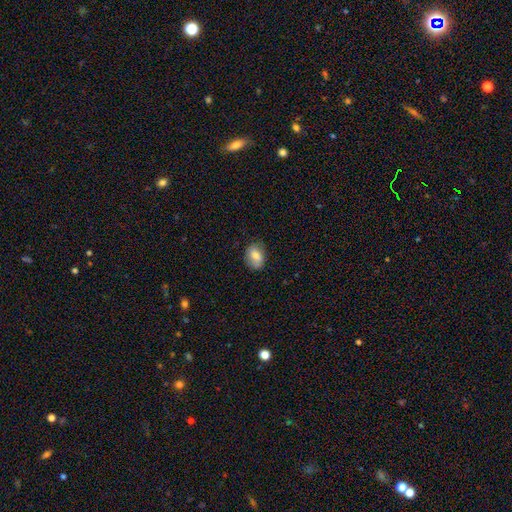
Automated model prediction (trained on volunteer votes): smooth 73%, featured or disk 19%, star or artifact 8%. Down the decision tree: how rounded — in between (73%); merging — none (74%).